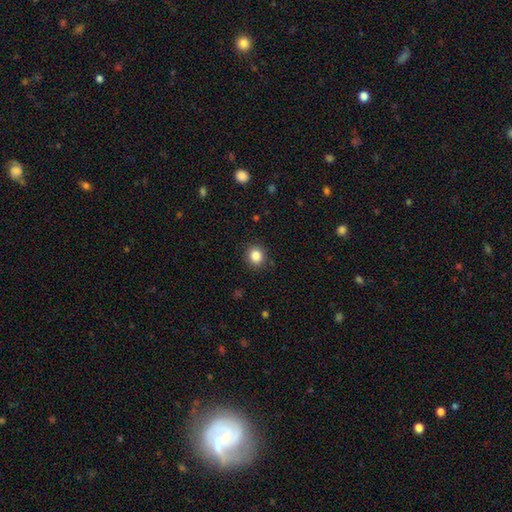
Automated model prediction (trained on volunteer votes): Morphology: type=smooth (85%); roundness=round (86%); merging=none (89%).